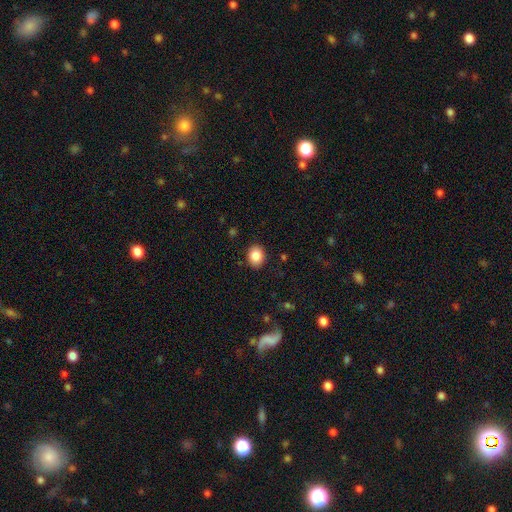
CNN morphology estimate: Smooth or featured?
  - smooth: 86% *
  - star or artifact: 9%
  - featured or disk: 5%
How rounded?
  - round: 55% *
  - in between: 44%
  - cigar-shaped: 1%
Merging?
  - none: 89% *
  - minor disturbance: 8%
  - major disturbance: 2%
  - merger: 1%